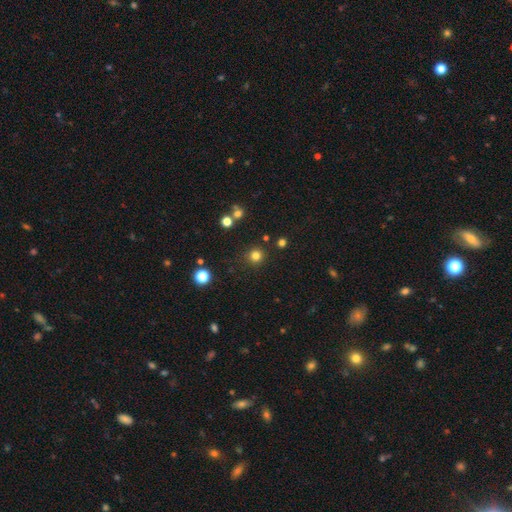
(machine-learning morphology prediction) This appears to be a smooth galaxy with no disk features (79%) that is round (94%). Merging: none (88%).